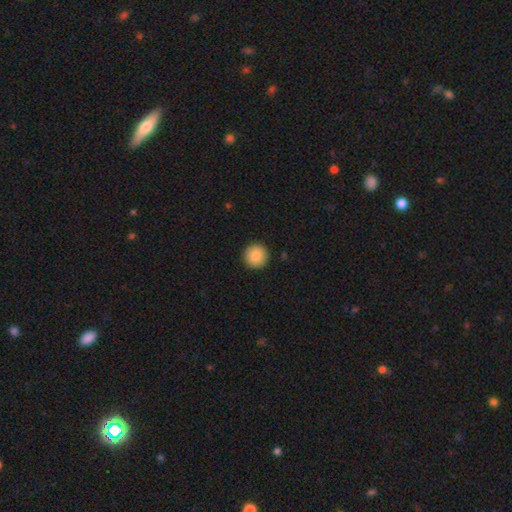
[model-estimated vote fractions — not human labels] This appears to be a smooth galaxy with no disk features (88%) that is round (95%). Merging: none (92%).